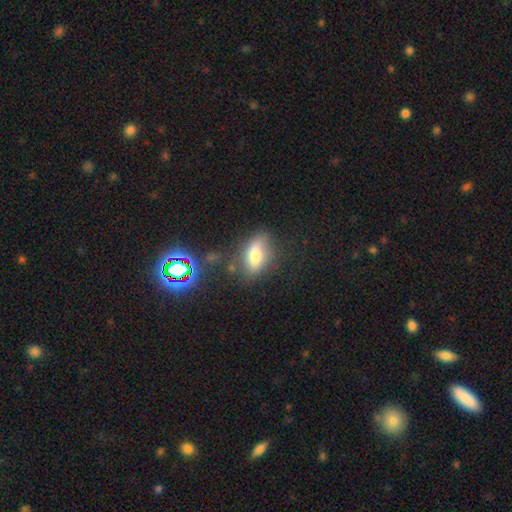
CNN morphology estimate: Smooth or featured? Predicted: smooth (p=0.66). How rounded? Predicted: in between (p=0.82). Merging? Predicted: none (p=0.66).